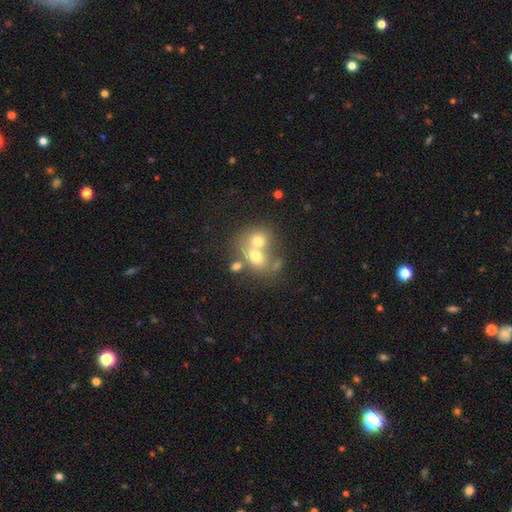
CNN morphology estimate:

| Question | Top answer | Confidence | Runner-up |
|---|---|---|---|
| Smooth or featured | smooth | 60% | featured or disk (27%) |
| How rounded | round | 57% | in between (42%) |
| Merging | merger | 66% | none (23%) |